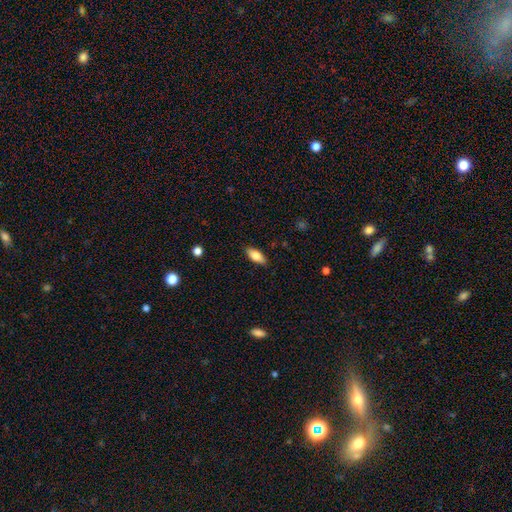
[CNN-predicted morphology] The model was most divided on "how rounded": in between: 81%, cigar-shaped: 16%, round: 2%. More confident: merging — none (87%); smooth or featured — smooth (81%).